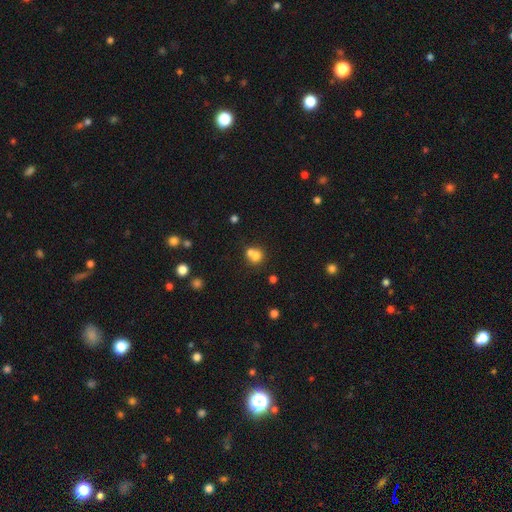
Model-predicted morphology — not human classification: This is likely a smooth galaxy (71%). How rounded: likely round (79%). Merging: possibly merger (57%).